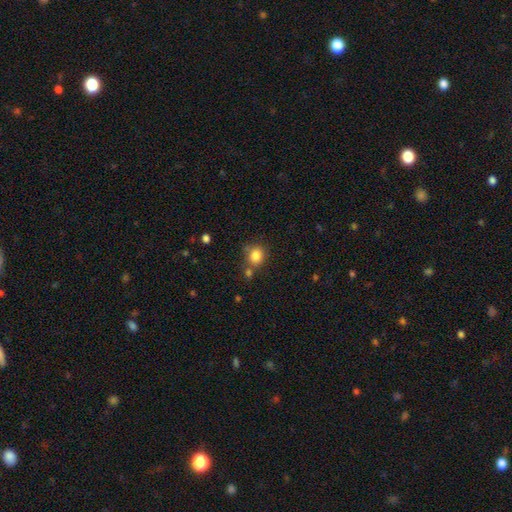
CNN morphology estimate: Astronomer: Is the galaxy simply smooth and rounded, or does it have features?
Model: smooth — 83%.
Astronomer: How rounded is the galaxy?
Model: round — 80%.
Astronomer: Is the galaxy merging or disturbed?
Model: none — 66%.